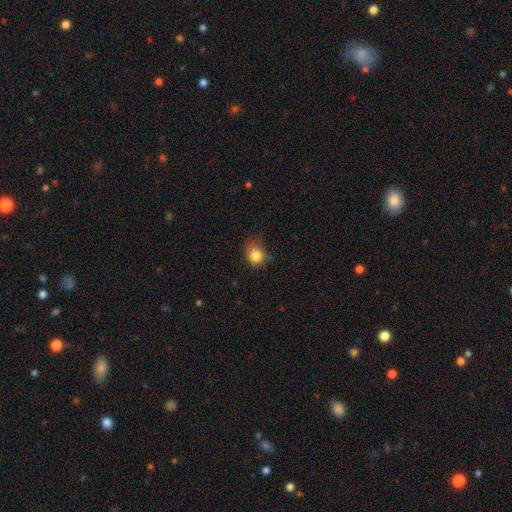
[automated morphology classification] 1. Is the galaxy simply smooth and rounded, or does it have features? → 83% smooth, 11% star or artifact, 6% featured or disk.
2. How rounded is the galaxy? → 71% round, 29% in between, 1% cigar-shaped.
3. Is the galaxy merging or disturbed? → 54% none, 33% minor disturbance, 11% major disturbance, 2% merger.